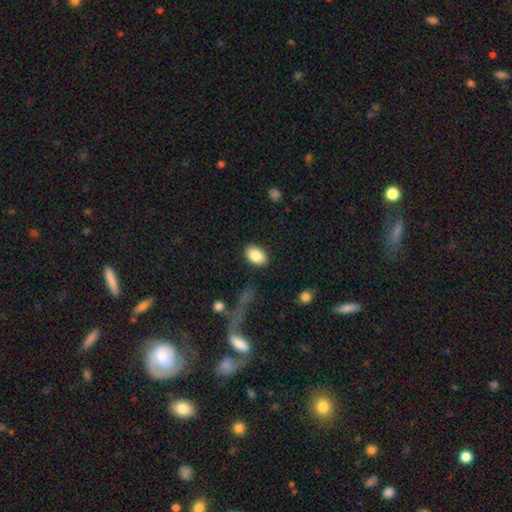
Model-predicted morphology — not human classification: Overall: smooth (85%). How rounded: in between (89%). Merging: none (87%).